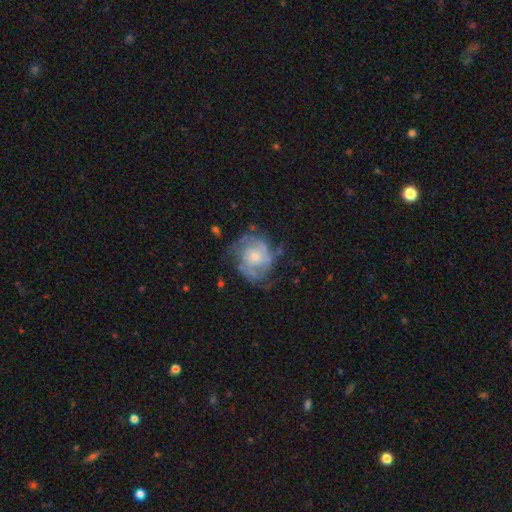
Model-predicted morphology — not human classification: smooth_or_featured: featured or disk (p=0.71) [alt: smooth p=0.22]
disk_edge_on: no (p=0.97) [alt: yes p=0.03]
bar: no (p=0.79) [alt: weak p=0.18]
has_spiral_arms: yes (p=0.81) [alt: no p=0.19]
spiral_winding: tight (p=0.52) [alt: medium p=0.35]
spiral_arm_count: can't tell (p=0.37) [alt: 2 p=0.35]
bulge_size: small (p=0.49) [alt: moderate p=0.42]
merging: none (p=0.57) [alt: minor disturbance p=0.24]